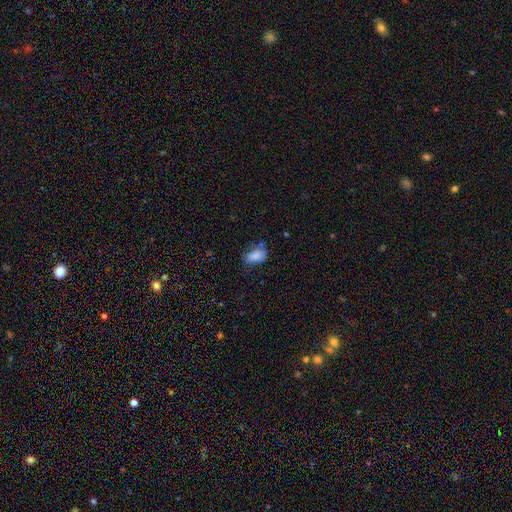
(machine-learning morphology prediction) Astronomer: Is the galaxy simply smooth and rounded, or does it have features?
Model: smooth — 83%.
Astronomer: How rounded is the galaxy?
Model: in between — 89%.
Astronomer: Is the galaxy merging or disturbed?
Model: none — 53% (runner-up: minor disturbance, 29%).